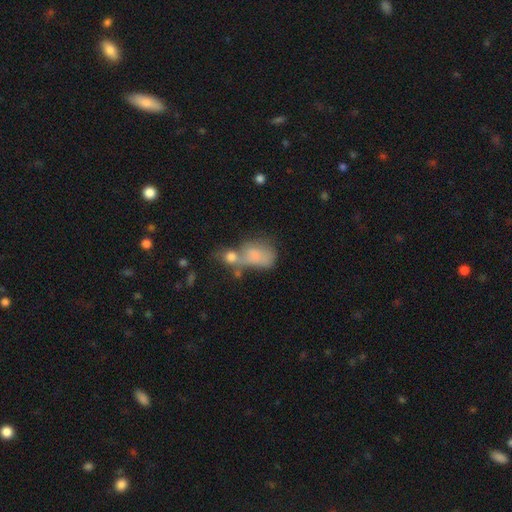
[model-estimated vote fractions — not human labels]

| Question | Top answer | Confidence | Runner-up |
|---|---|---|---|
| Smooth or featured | smooth | 70% | featured or disk (19%) |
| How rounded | in between | 75% | round (22%) |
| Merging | merger | 53% | major disturbance (18%) |